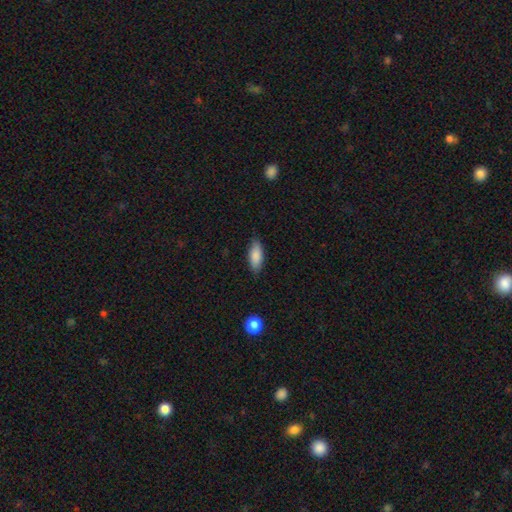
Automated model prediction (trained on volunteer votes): A smooth galaxy with no disk features (86%) that is in between round and cigar-shaped (74%).

Vote fractions:
- Smooth or featured? smooth: 86% / featured or disk: 8% / star or artifact: 6%
- How rounded? in between: 74% / cigar-shaped: 24% / round: 2%
- Merging? none: 83% / minor disturbance: 13% / major disturbance: 2% / merger: 1%